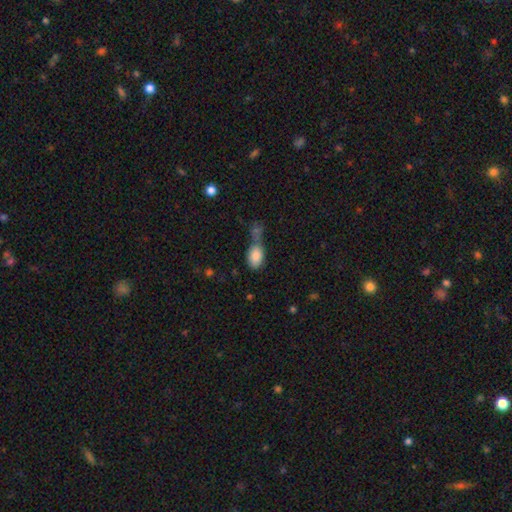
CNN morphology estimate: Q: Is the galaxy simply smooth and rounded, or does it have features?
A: smooth — 85%.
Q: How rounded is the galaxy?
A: in between — 86%.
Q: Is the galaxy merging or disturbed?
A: merger — 44%.